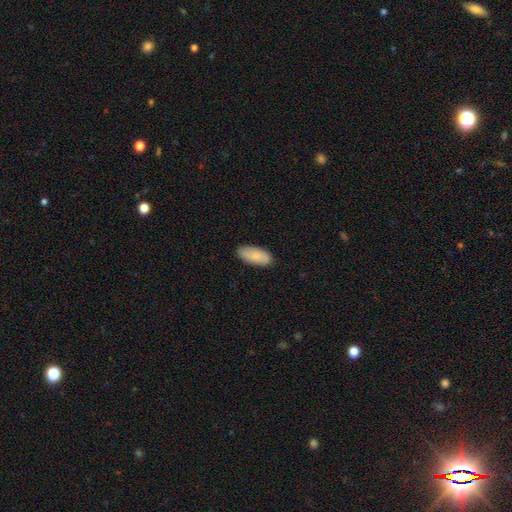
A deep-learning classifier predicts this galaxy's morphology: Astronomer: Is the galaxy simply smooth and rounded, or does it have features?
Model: smooth — 85%.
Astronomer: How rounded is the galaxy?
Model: in between — 84%.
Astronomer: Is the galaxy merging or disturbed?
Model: none — 88%.